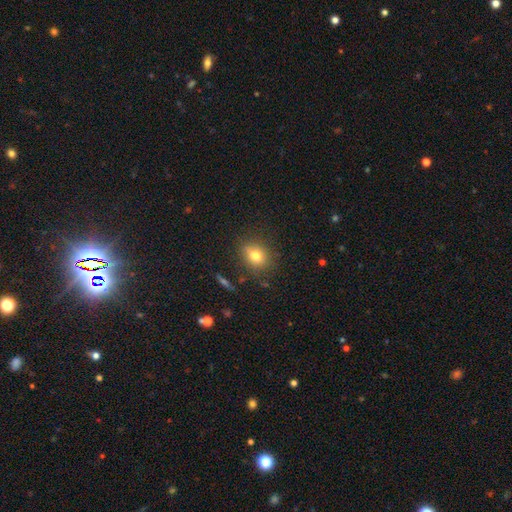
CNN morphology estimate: Overall: smooth (76%). How rounded: round (52%; in between 46%). Merging: none (79%).